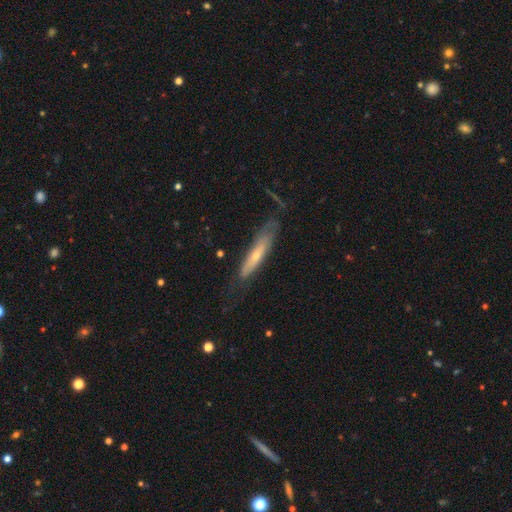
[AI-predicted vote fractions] The model was most divided on "smooth or featured": featured or disk: 52%, smooth: 41%, star or artifact: 7%. More confident: edge-on disk — yes (64%); merging — none (56%).